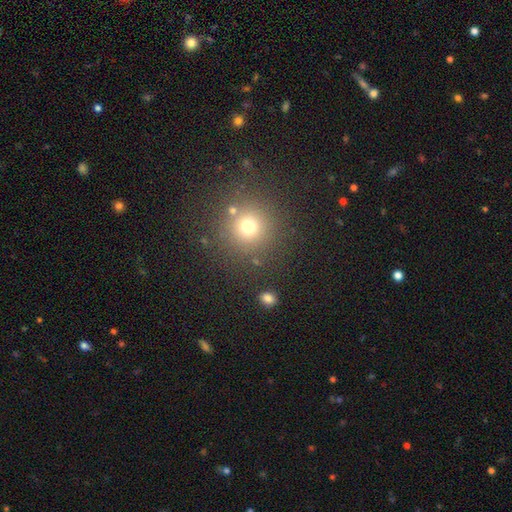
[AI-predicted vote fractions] Smooth or featured? Predicted: smooth (p=0.54). How rounded? Predicted: round (p=0.94). Merging? Predicted: none (p=0.88).